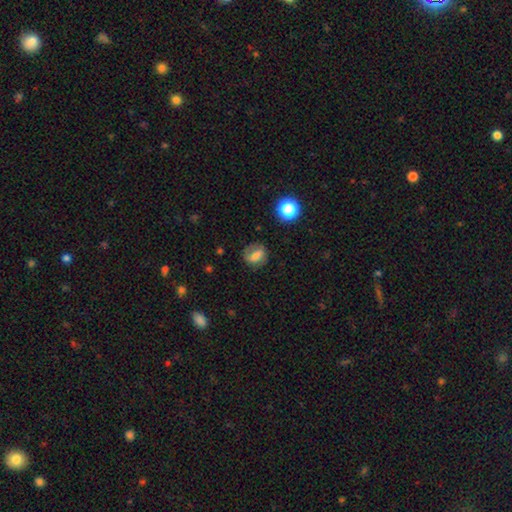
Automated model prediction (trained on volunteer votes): This appears to be a smooth galaxy with no disk features (52%) that is round (58%). Merging: none (73%).